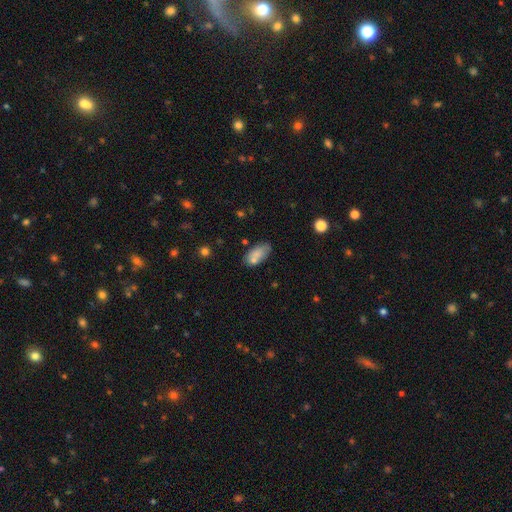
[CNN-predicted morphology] This appears to be a smooth galaxy with no disk features (79%) that is in between round and cigar-shaped (90%). Merging: none (59%).